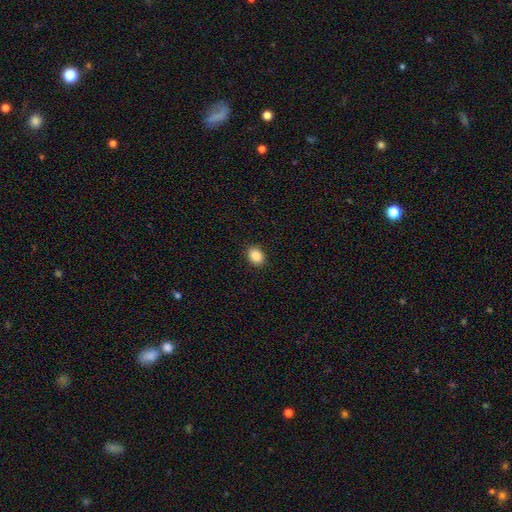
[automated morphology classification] Smooth or featured? Predicted: smooth (p=0.88). How rounded? Predicted: in between (p=0.65). Merging? Predicted: none (p=0.91).